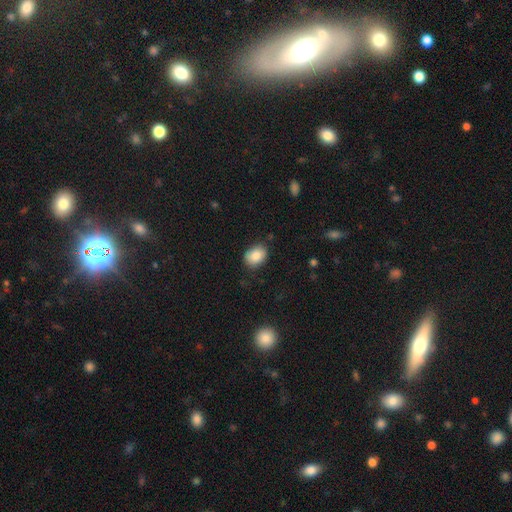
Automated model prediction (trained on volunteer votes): The model was most divided on "how rounded": in between: 71%, round: 28%, cigar-shaped: 1%. More confident: smooth or featured — smooth (86%); merging — none (81%).